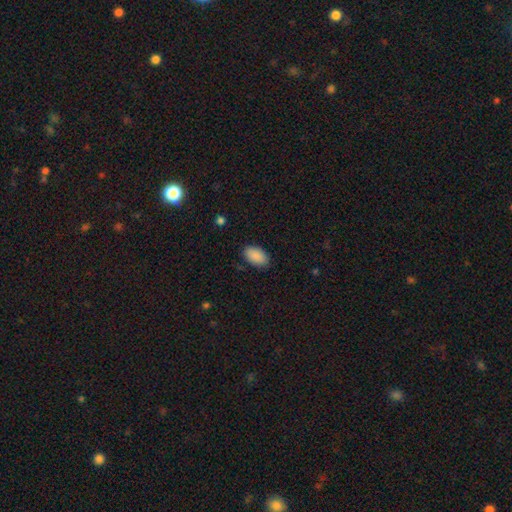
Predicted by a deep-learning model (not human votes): smooth-or-featured: smooth: 90% | star or artifact: 7% | featured or disk: 3%
  how-rounded: in between: 94% | round: 4% | cigar-shaped: 2%
  merging: none: 86% | minor disturbance: 11% | major disturbance: 3% | merger: 1%